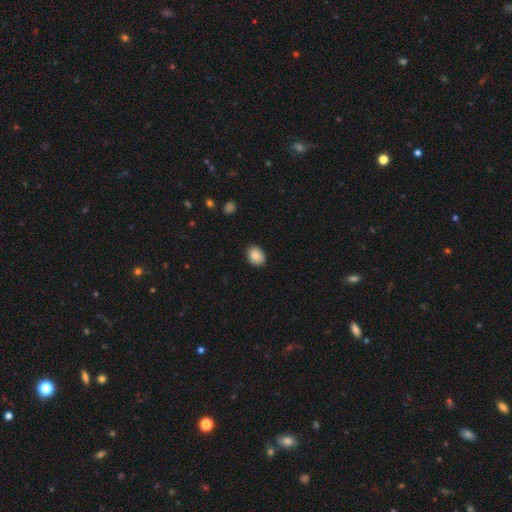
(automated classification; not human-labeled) Overall: smooth (88%). How rounded: in between (65%; round 35%). Merging: none (89%).